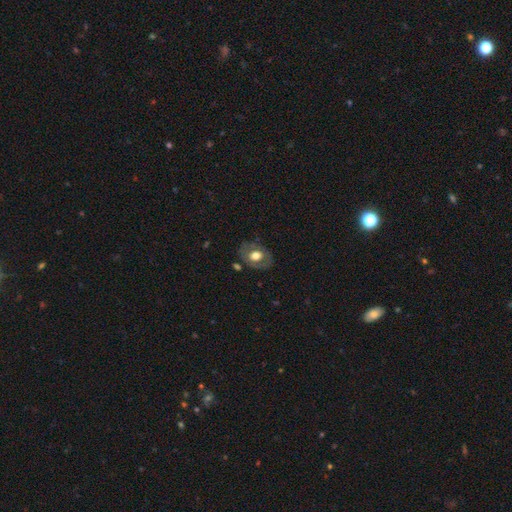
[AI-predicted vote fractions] This appears to be a smooth galaxy with no disk features (48%). Merging: none (72%).